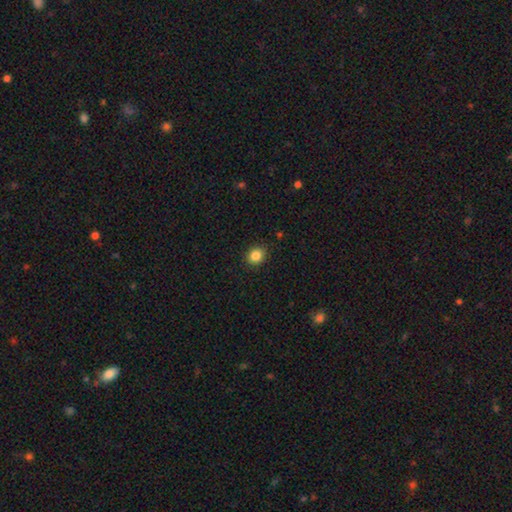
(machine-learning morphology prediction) A smooth galaxy with no disk features (85%) that is round (67%). Merging: none (90%).